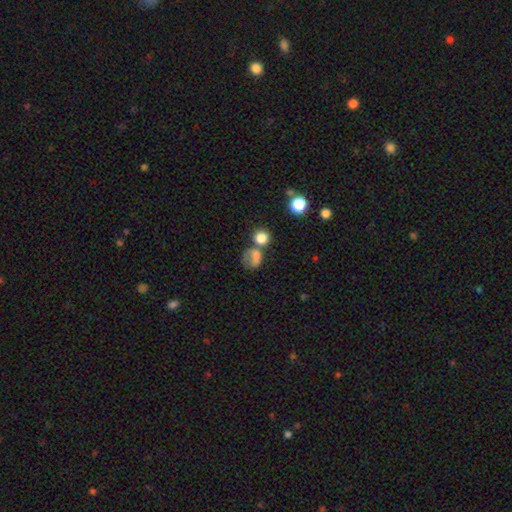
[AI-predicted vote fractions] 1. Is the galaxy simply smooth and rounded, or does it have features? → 68% smooth, 17% star or artifact, 15% featured or disk.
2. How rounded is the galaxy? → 60% round, 38% in between, 1% cigar-shaped.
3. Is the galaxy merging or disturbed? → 33% none, 26% merger, 23% major disturbance, 18% minor disturbance.